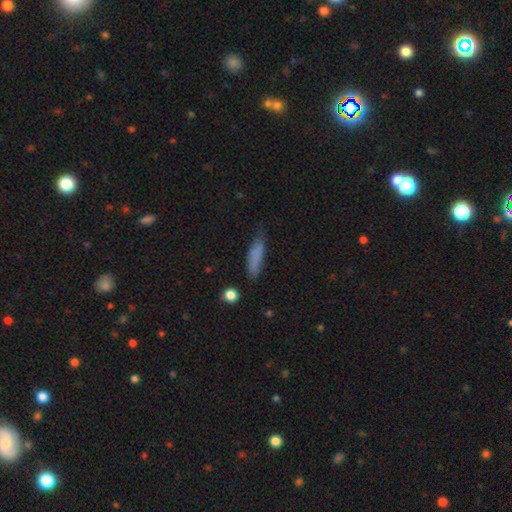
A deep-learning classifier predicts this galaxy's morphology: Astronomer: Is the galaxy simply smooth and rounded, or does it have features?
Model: smooth — 77%.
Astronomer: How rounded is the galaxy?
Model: cigar-shaped — 63%.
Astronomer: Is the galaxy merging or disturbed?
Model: none — 55% (runner-up: minor disturbance, 31%).